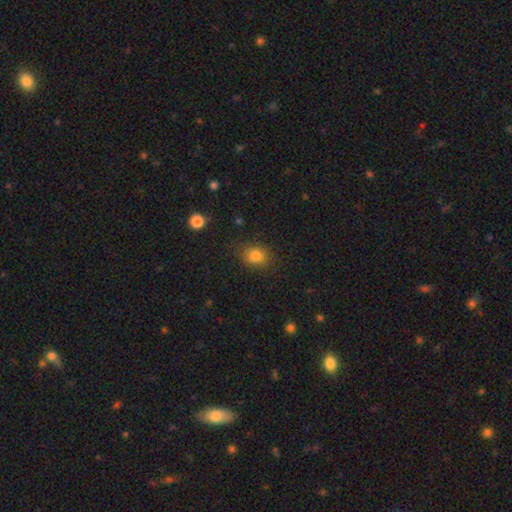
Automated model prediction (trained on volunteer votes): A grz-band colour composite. It shows a smooth galaxy with no disk features (82%) that is round (55%). Merging: none (81%).